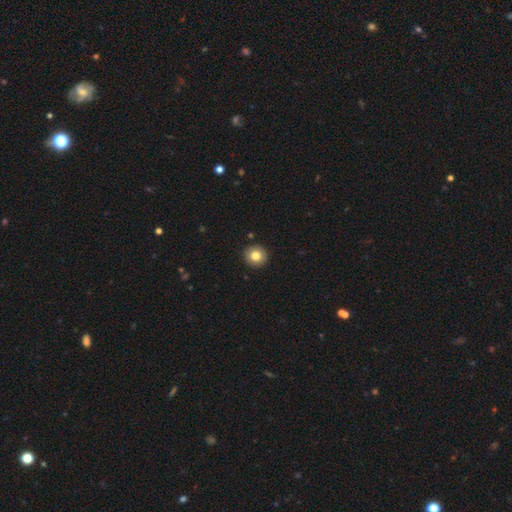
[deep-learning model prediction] The model was most divided on "smooth or featured": smooth: 82%, star or artifact: 9%, featured or disk: 9%. More confident: how rounded — round (92%); merging — none (92%).